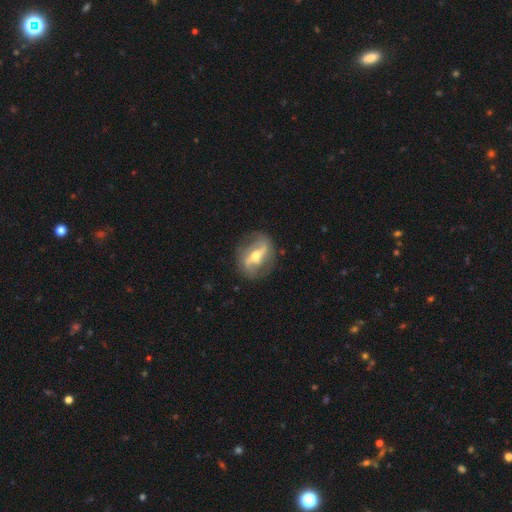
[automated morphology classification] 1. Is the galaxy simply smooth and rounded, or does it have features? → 81% featured or disk, 14% smooth, 6% star or artifact.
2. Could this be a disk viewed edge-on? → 90% no, 10% yes.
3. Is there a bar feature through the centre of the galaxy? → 60% strong, 28% weak, 13% no.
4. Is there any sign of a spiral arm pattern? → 79% yes, 21% no.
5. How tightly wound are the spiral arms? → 51% loose, 32% medium, 17% tight.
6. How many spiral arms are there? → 85% 2, 8% can't tell, 3% 1, 2% 3, 1% 4, 1% more than 4.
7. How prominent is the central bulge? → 66% moderate, 26% small, 6% large, 1% none, 1% dominant.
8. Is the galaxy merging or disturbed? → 79% none, 14% minor disturbance, 6% major disturbance, 2% merger.